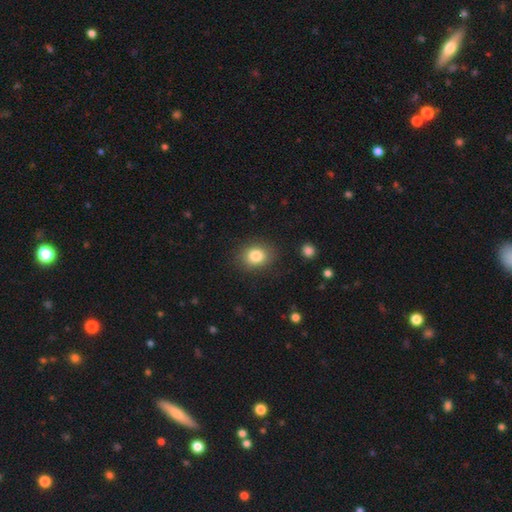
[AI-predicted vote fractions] Smooth or featured? Predicted: smooth (p=0.83). How rounded? Predicted: round (p=0.52). Merging? Predicted: none (p=0.85).